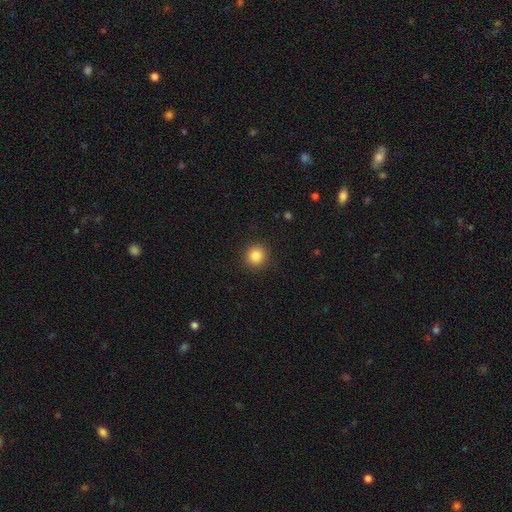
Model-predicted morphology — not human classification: smooth-or-featured: smooth: 85% | star or artifact: 11% | featured or disk: 4%
  how-rounded: round: 93% | in between: 6% | cigar-shaped: 1%
  merging: none: 91% | minor disturbance: 5% | major disturbance: 2% | merger: 1%